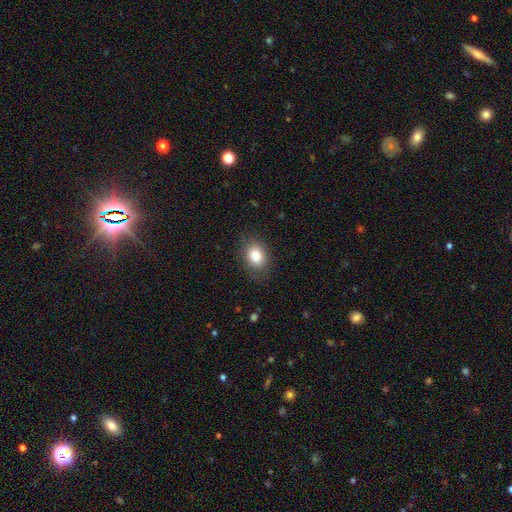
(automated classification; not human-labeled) The model was most divided on "how rounded": in between: 71%, round: 28%, cigar-shaped: 1%. More confident: merging — none (83%); smooth or featured — smooth (83%).